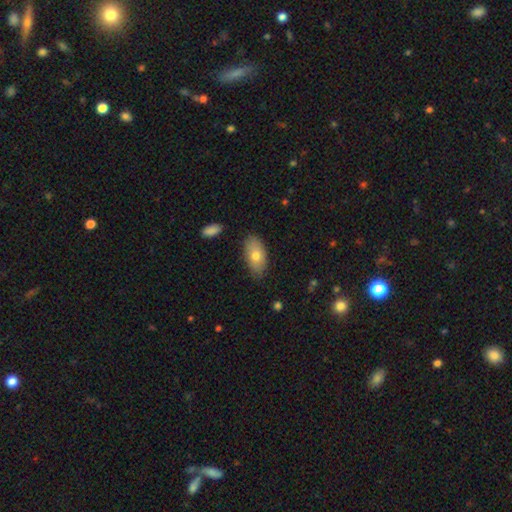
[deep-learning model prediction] smooth 75%, featured or disk 19%, star or artifact 6%. Down the decision tree: how rounded — in between (93%); merging — none (78%).